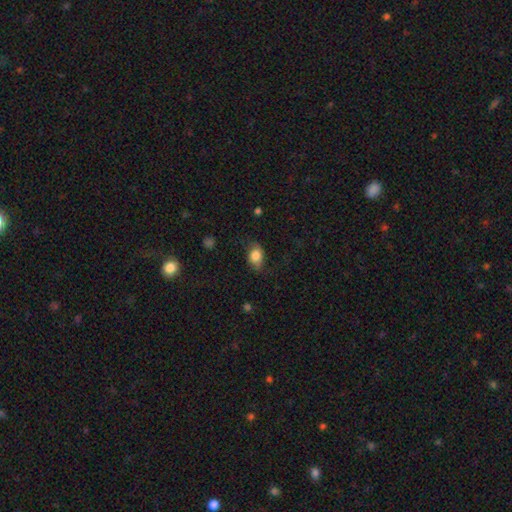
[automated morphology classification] This is likely a smooth galaxy (78%). How rounded: likely in between (78%). Merging: likely none (66%).